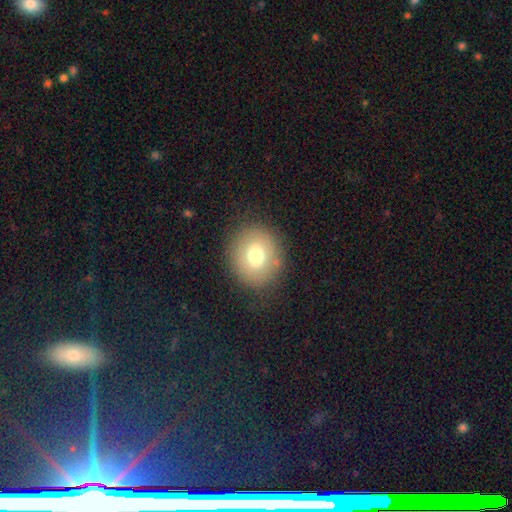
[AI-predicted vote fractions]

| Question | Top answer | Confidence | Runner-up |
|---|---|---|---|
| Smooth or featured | smooth | 72% | featured or disk (17%) |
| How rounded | round | 76% | in between (23%) |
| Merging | none | 84% | minor disturbance (10%) |